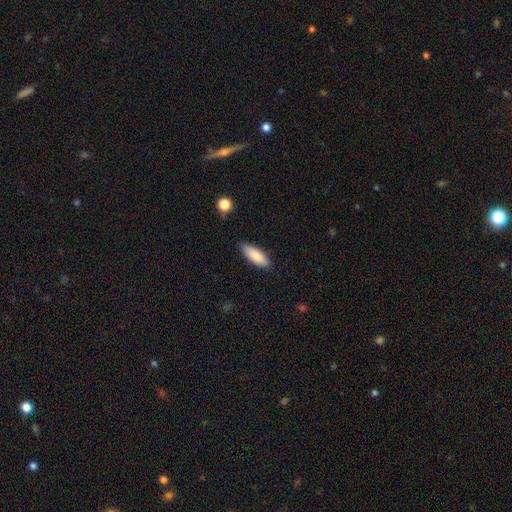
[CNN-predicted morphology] Smooth or featured? smooth (85%)
How rounded? in between (67%)
Merging? none (84%)